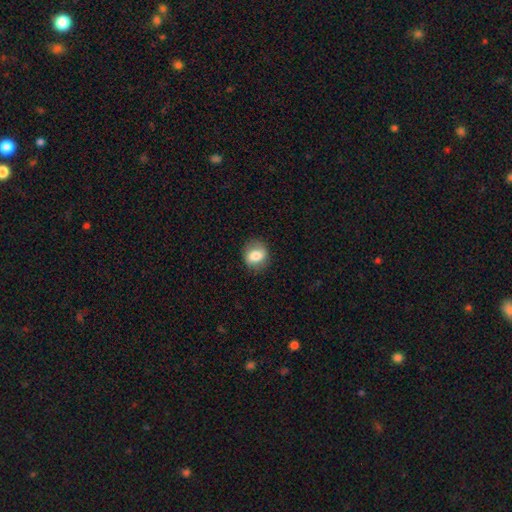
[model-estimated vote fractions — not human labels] Morphology: type=smooth (73%); roundness=round (61%); merging=none (82%).